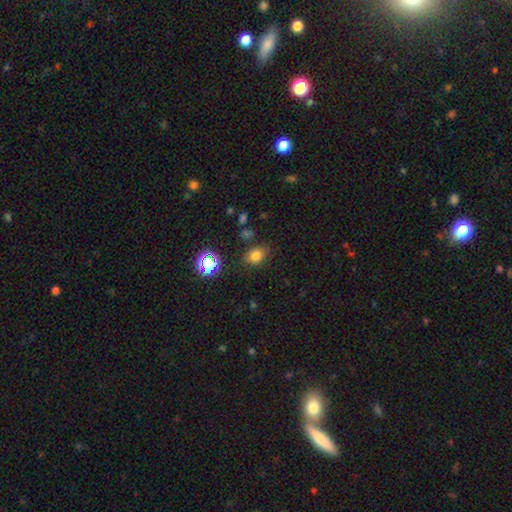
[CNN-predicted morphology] Overall: smooth (74%). How rounded: in between (62%; round 37%). Merging: none (78%).